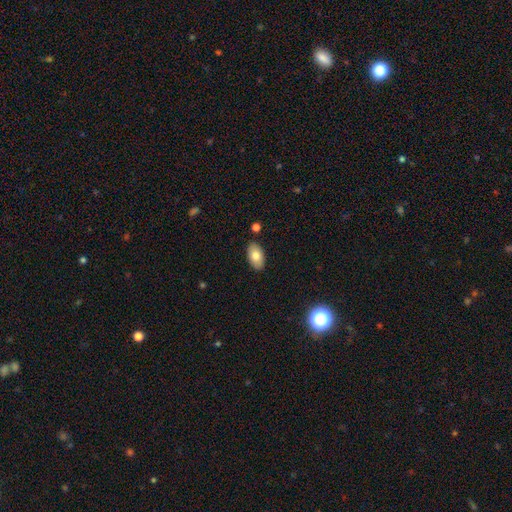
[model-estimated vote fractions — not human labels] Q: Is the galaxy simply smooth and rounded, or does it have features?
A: smooth — 78%.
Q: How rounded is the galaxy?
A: in between — 94%.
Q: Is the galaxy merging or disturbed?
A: none — 86%.